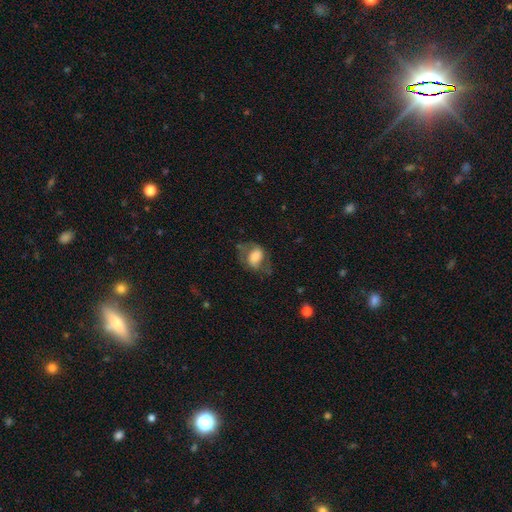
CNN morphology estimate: The model was most divided on "smooth or featured": smooth: 53%, featured or disk: 39%, star or artifact: 8%. More confident: how rounded — in between (72%); merging — none (51%).